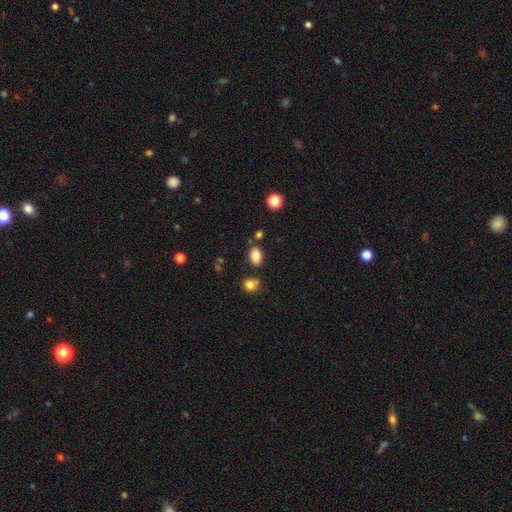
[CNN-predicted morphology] A smooth galaxy with no disk features (84%) that is in between round and cigar-shaped (84%). Merging: none (77%).